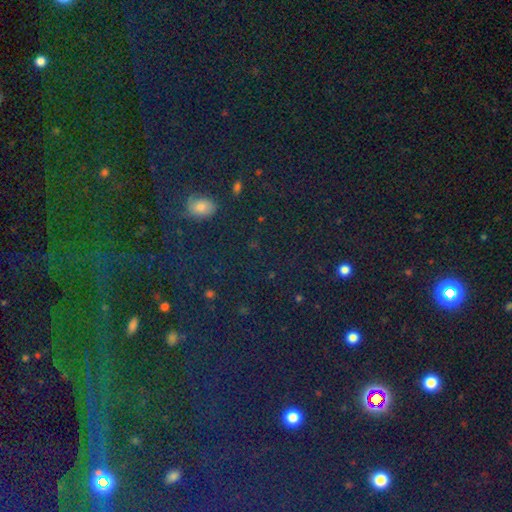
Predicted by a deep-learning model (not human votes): Q: Smooth or featured?
A: star or artifact (61%); runner-up: smooth (30%)